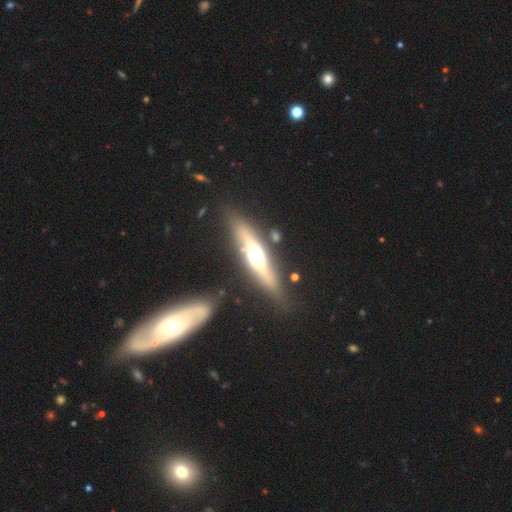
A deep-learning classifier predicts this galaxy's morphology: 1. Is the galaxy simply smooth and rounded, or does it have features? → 63% featured or disk, 29% smooth, 8% star or artifact.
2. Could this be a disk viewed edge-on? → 88% yes, 12% no.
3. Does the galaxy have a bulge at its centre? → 91% rounded, 6% boxy, 3% none.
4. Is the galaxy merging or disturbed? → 79% none, 12% minor disturbance, 4% major disturbance, 4% merger.